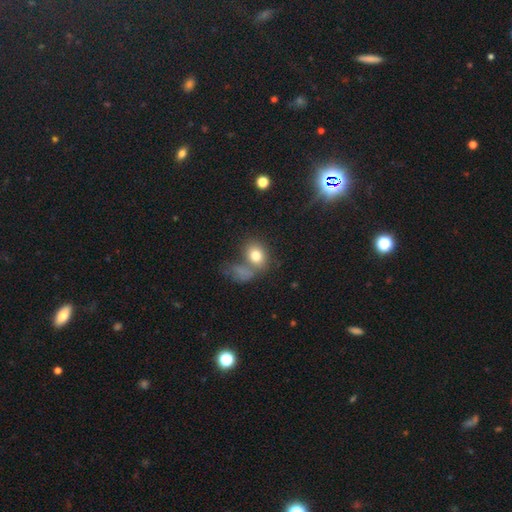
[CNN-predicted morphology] Smooth or featured? Predicted: smooth (p=0.78). How rounded? Predicted: in between (p=0.55). Merging? Predicted: none (p=0.45).